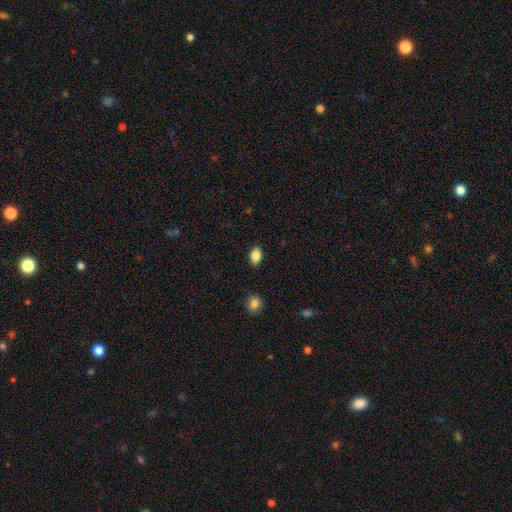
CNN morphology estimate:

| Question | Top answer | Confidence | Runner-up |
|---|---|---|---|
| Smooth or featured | smooth | 87% | star or artifact (8%) |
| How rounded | in between | 87% | round (11%) |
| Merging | none | 87% | minor disturbance (10%) |